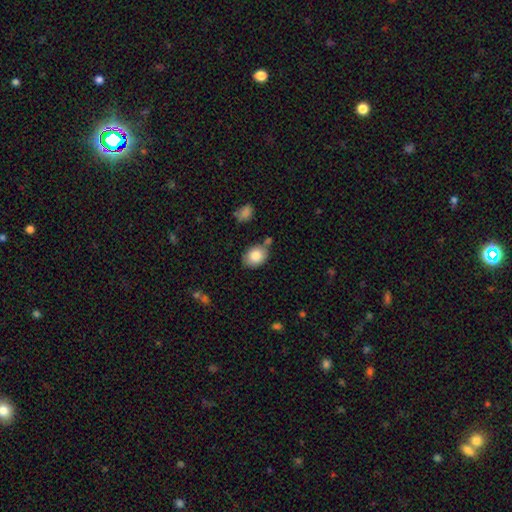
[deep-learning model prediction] Overall: smooth (85%). How rounded: in between (65%; round 34%). Merging: none (71%).